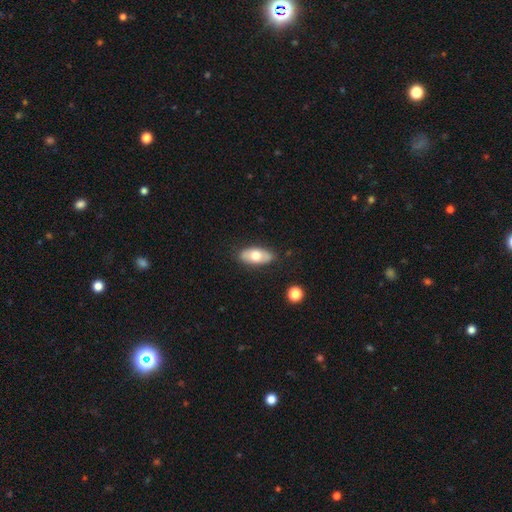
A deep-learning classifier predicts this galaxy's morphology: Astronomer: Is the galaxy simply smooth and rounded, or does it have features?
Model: smooth — 64%.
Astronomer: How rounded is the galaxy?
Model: in between — 89%.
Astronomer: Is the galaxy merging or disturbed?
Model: none — 84%.